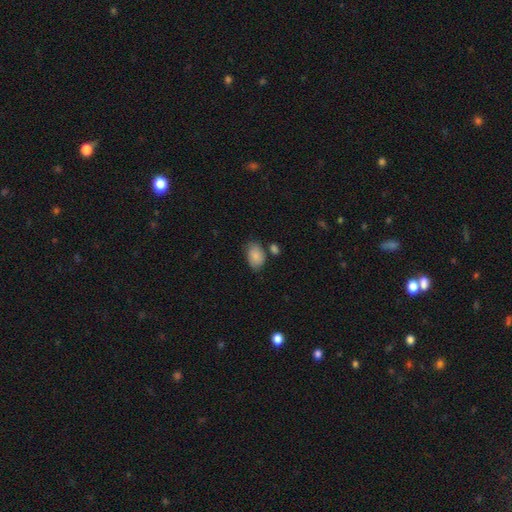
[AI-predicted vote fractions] smooth-or-featured: smooth: 86% | featured or disk: 7% | star or artifact: 7%
  how-rounded: in between: 89% | round: 10% | cigar-shaped: 1%
  merging: none: 68% | minor disturbance: 18% | merger: 9% | major disturbance: 4%